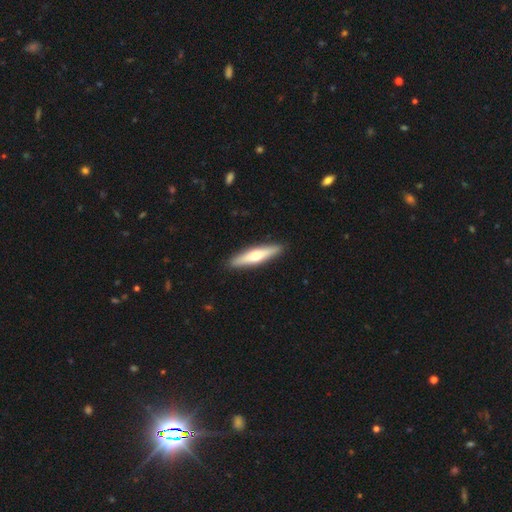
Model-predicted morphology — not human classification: smooth 48%, featured or disk 47%, star or artifact 5%. Down the decision tree: merging — none (91%).